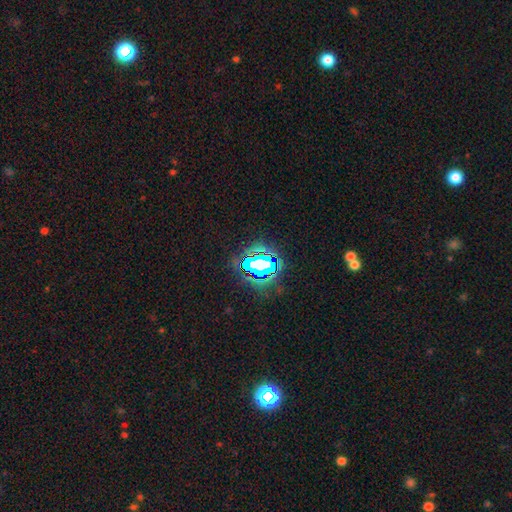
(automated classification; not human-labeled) Overall: star or artifact (72%).